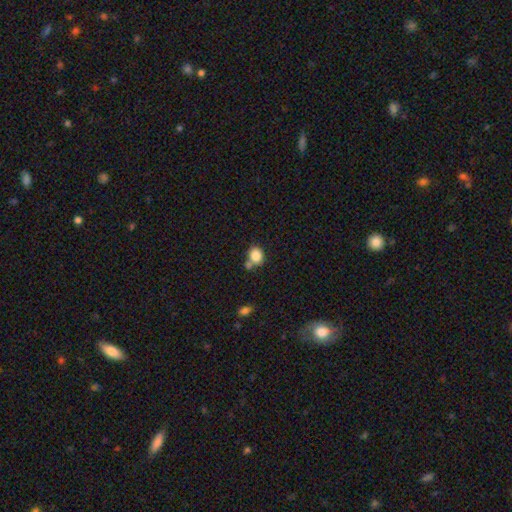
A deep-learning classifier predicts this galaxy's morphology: Q: Smooth or featured?
A: smooth (84%); runner-up: star or artifact (9%)
Q: How rounded?
A: round (57%); runner-up: in between (42%)
Q: Merging?
A: none (55%); runner-up: merger (27%)